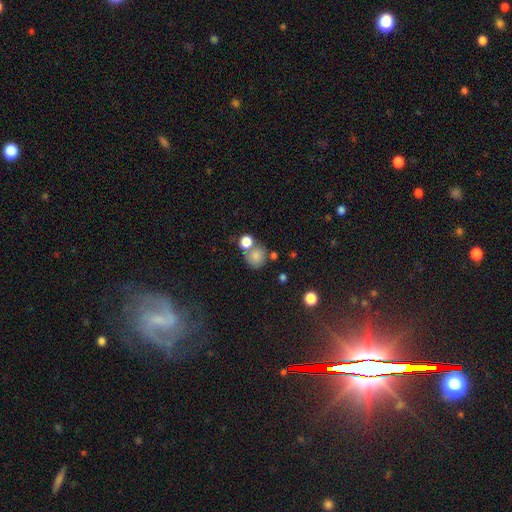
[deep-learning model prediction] smooth_or_featured: smooth (p=0.79) [alt: star or artifact p=0.11]
how_rounded: round (p=0.80) [alt: in between p=0.19]
merging: none (p=0.46) [alt: merger p=0.35]